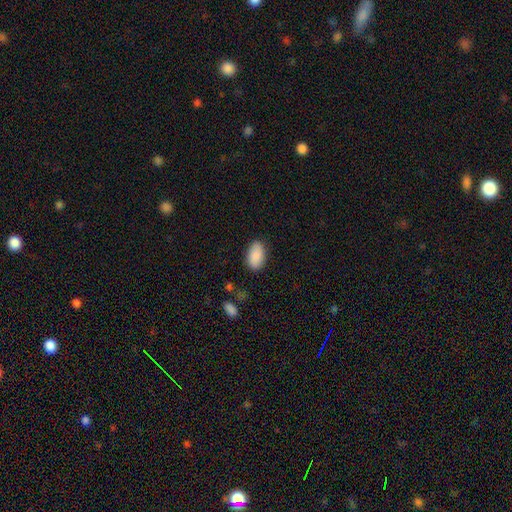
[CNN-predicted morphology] Q: Smooth or featured?
A: smooth (89%); runner-up: star or artifact (6%)
Q: How rounded?
A: in between (93%); runner-up: round (5%)
Q: Merging?
A: none (84%); runner-up: minor disturbance (12%)